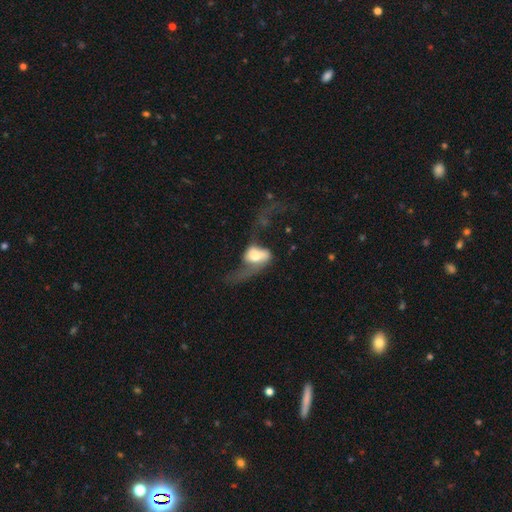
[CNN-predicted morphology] This appears to be a smooth galaxy with no disk features (48%). Merging: major disturbance (60%).